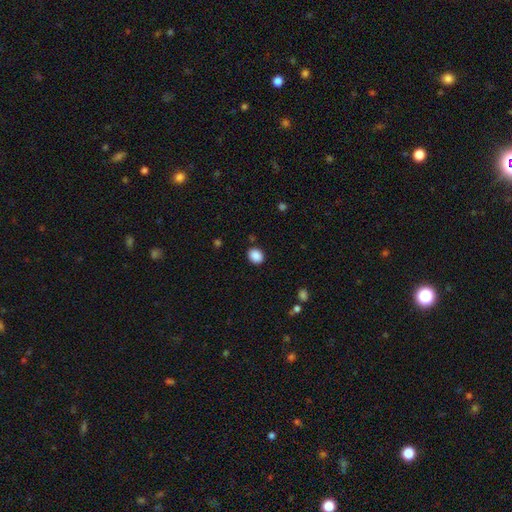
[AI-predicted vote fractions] smooth-or-featured: smooth: 89% | star or artifact: 9% | featured or disk: 3%
  how-rounded: round: 55% | in between: 44% | cigar-shaped: 1%
  merging: none: 87% | minor disturbance: 9% | major disturbance: 3% | merger: 2%